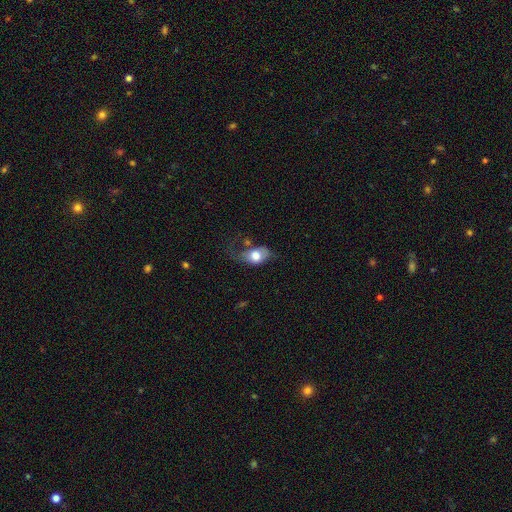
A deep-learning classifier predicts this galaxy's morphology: Smooth or featured? smooth (67%)
How rounded? in between (75%)
Merging? major disturbance (41%)